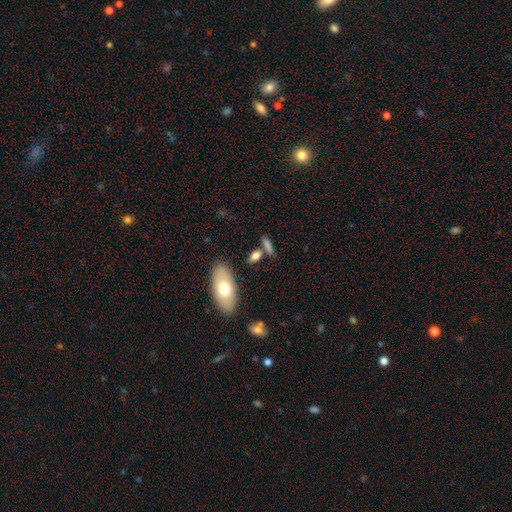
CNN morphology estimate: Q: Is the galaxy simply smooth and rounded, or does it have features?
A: smooth — 70%.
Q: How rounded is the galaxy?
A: in between — 63%.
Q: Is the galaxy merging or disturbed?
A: none — 65%.